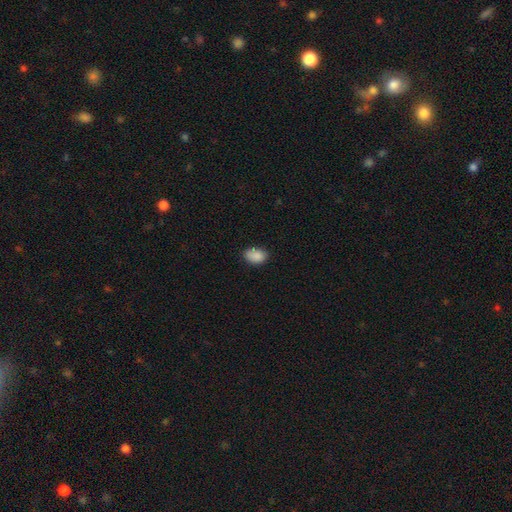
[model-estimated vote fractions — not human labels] Morphology: type=smooth (87%); roundness=in between (83%); merging=none (72%).